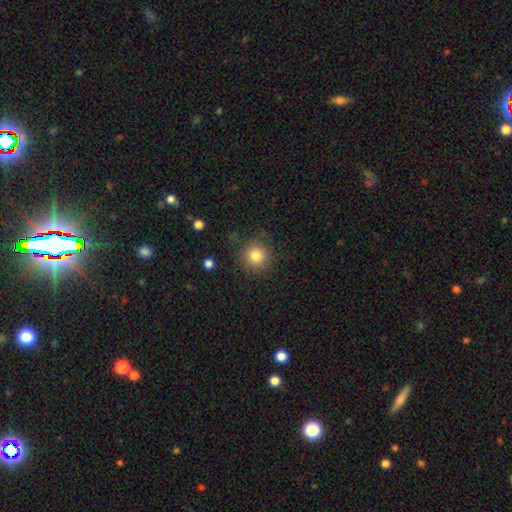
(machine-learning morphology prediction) Overall: smooth (82%). How rounded: round (93%). Merging: none (85%).